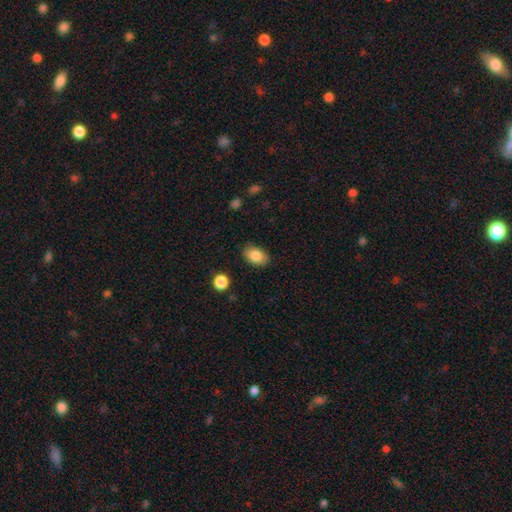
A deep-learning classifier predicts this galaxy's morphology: A smooth galaxy with no disk features (84%) that is in between round and cigar-shaped (86%). Merging: none (86%).